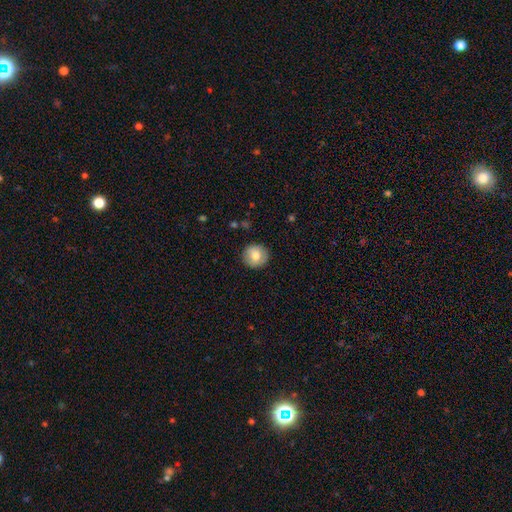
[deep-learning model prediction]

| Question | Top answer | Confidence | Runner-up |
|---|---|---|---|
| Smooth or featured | smooth | 78% | featured or disk (14%) |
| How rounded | round | 91% | in between (9%) |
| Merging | none | 89% | minor disturbance (8%) |